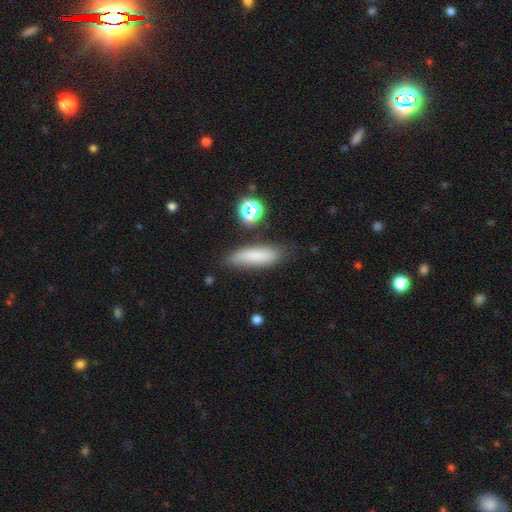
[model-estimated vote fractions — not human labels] A smooth galaxy with no disk features (77%) that is cigar-shaped (64%).

Vote fractions:
- Smooth or featured? smooth: 77% / featured or disk: 13% / star or artifact: 10%
- How rounded? cigar-shaped: 64% / in between: 34% / round: 3%
- Merging? none: 75% / minor disturbance: 17% / major disturbance: 5% / merger: 4%